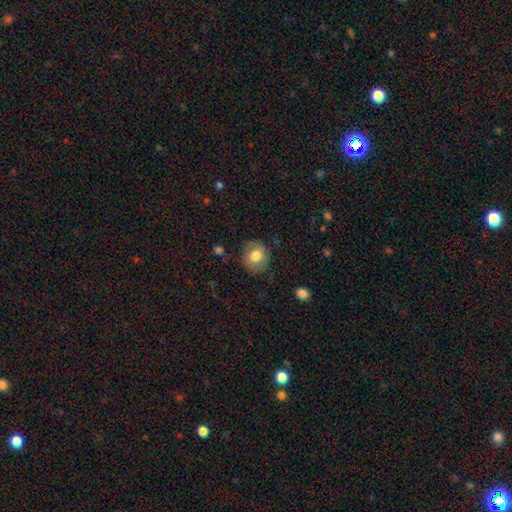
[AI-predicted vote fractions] This appears to be a smooth galaxy with no disk features (73%) that is round (74%). Merging: none (77%).